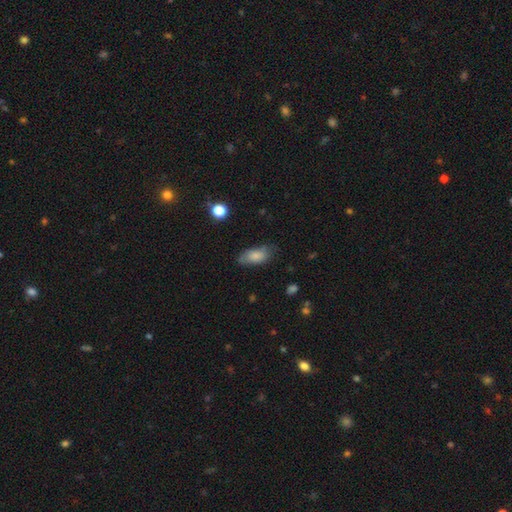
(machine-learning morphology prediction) This appears to be a smooth galaxy with no disk features (81%) that is in between round and cigar-shaped (90%). Merging: none (67%).